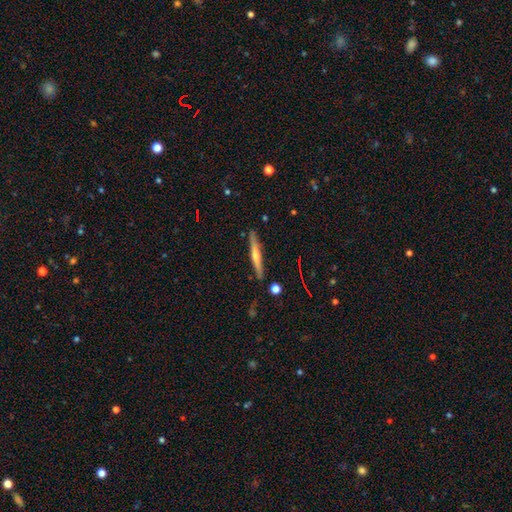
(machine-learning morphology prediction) Overall: featured or disk (61%; smooth 32%). Edge-on disk: yes (97%). Edge-on bulge: rounded (72%). Merging: none (89%).